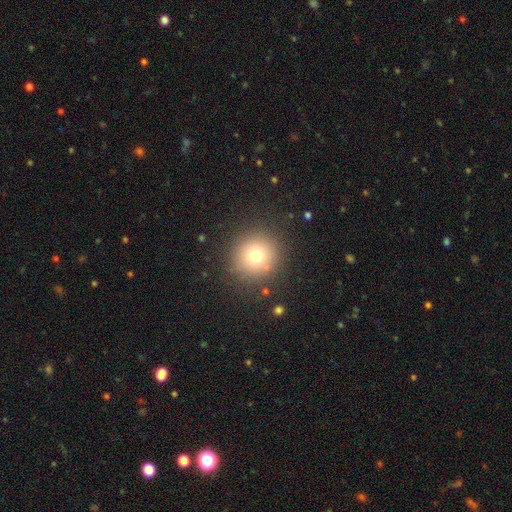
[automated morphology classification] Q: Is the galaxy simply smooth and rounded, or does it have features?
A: smooth — 77%.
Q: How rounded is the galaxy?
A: round — 93%.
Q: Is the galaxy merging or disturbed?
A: none — 87%.